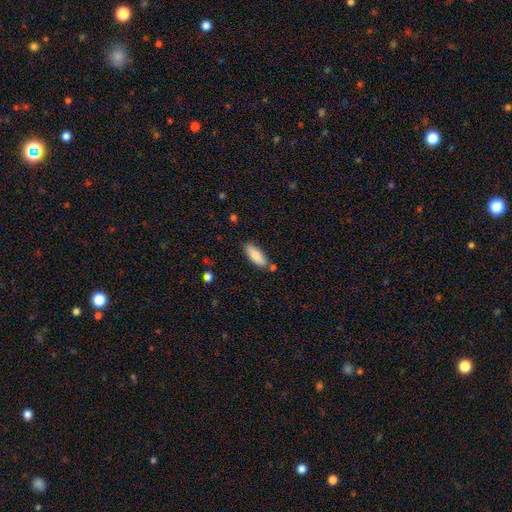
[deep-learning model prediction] Overall: smooth (84%). How rounded: in between (67%; cigar-shaped 31%). Merging: none (77%).